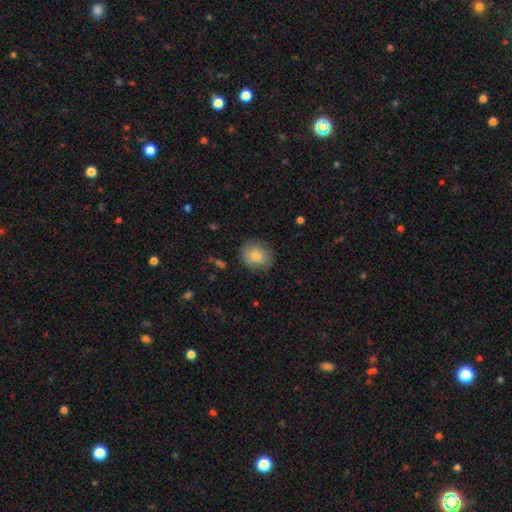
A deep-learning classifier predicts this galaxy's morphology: This is clearly a smooth galaxy (85%). How rounded: likely round (75%). Merging: clearly none (80%).